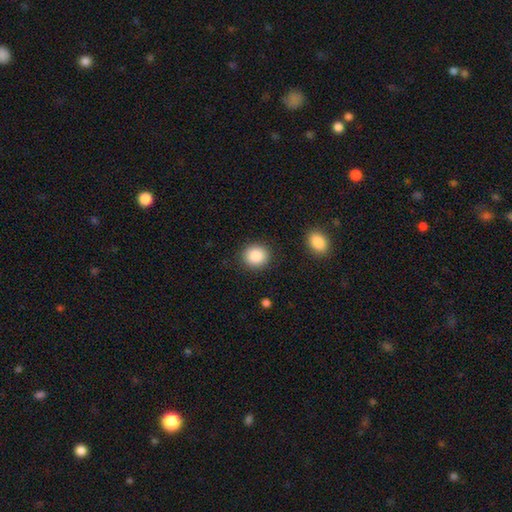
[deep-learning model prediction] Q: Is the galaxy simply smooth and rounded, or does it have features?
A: smooth — 87%.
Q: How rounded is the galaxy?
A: round — 85%.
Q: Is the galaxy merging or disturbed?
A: none — 89%.